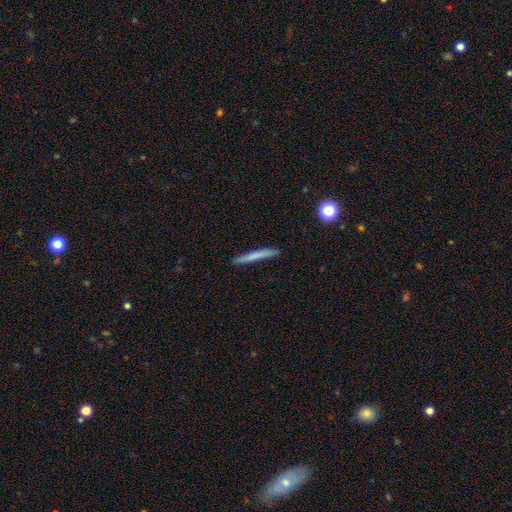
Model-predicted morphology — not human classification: This appears to be a smooth galaxy with no disk features (69%) that is cigar-shaped (96%). Merging: none (90%).